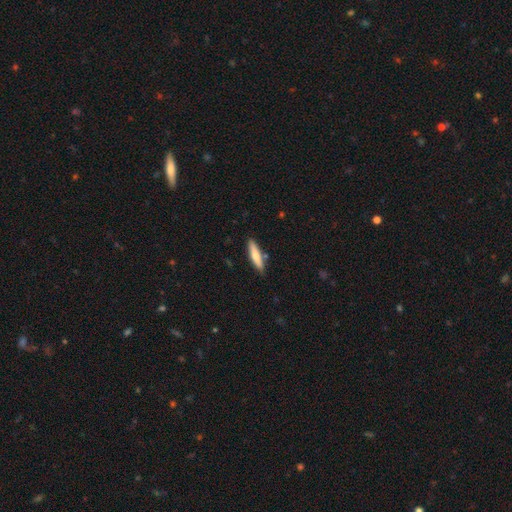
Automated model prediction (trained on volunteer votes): smooth-or-featured: smooth: 71% | featured or disk: 24% | star or artifact: 6%
  how-rounded: cigar-shaped: 79% | in between: 19% | round: 2%
  merging: none: 82% | minor disturbance: 12% | merger: 4% | major disturbance: 2%